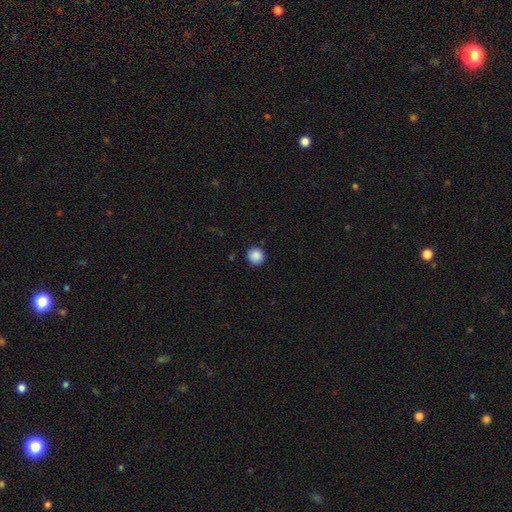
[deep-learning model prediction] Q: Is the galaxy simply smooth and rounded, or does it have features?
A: smooth — 88%.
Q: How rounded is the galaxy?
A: round — 94%.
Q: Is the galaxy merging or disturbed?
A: none — 90%.